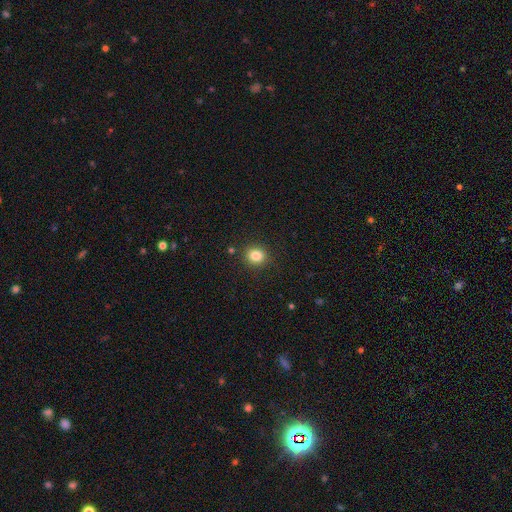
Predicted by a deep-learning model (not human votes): Overall: smooth (83%). How rounded: round (79%). Merging: none (88%).